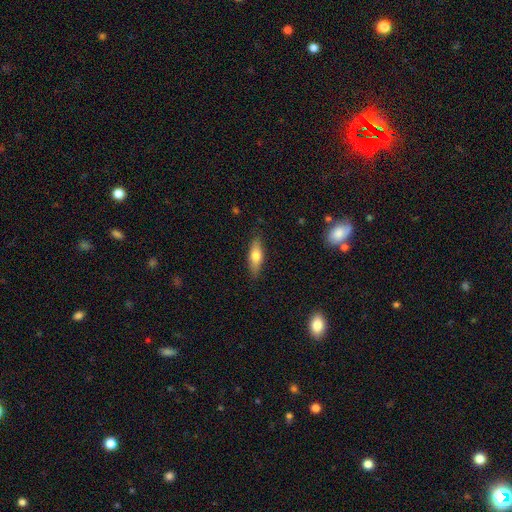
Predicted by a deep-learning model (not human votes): This is likely a smooth galaxy (64%). How rounded: possibly in between (51%). Merging: clearly none (85%).